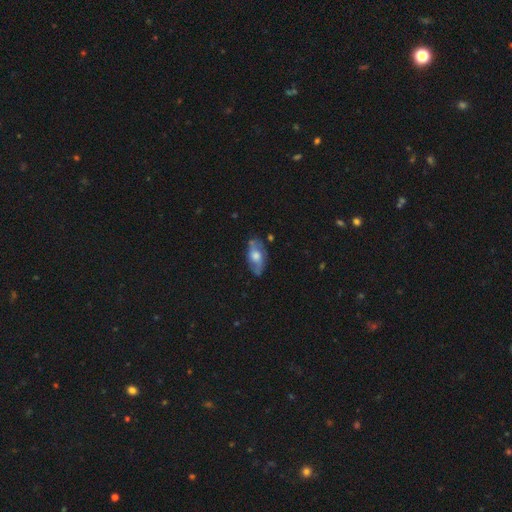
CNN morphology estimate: featured or disk 53%, smooth 40%, star or artifact 7%. Down the decision tree: edge-on disk — no (84%); merging — none (68%).